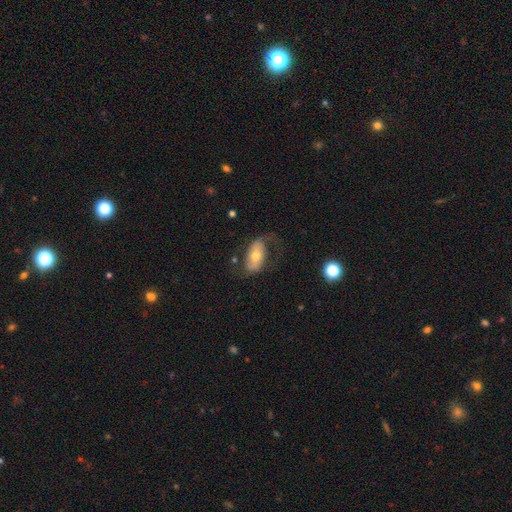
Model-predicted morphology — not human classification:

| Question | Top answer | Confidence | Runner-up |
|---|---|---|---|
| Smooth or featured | featured or disk | 54% | smooth (39%) |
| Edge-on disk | no | 91% | yes (9%) |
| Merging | none | 54% | minor disturbance (22%) |